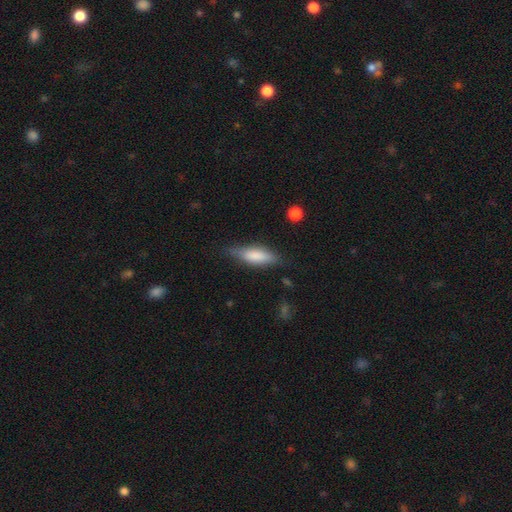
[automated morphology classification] The model was most divided on "how rounded": in between: 52%, cigar-shaped: 46%, round: 2%. More confident: smooth or featured — smooth (75%); merging — none (73%).